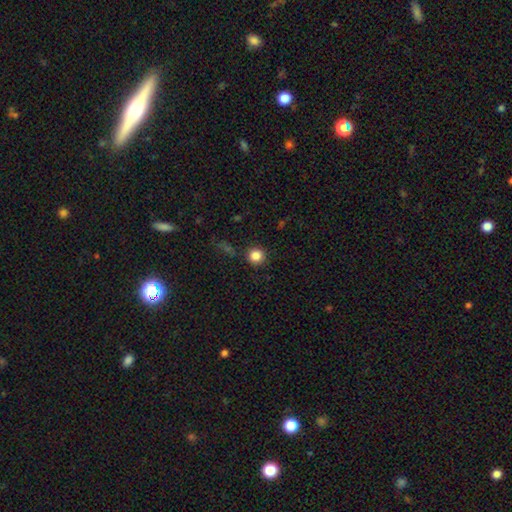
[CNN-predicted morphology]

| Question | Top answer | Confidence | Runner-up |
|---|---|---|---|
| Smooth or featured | smooth | 85% | star or artifact (11%) |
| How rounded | round | 93% | in between (6%) |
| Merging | none | 88% | minor disturbance (7%) |